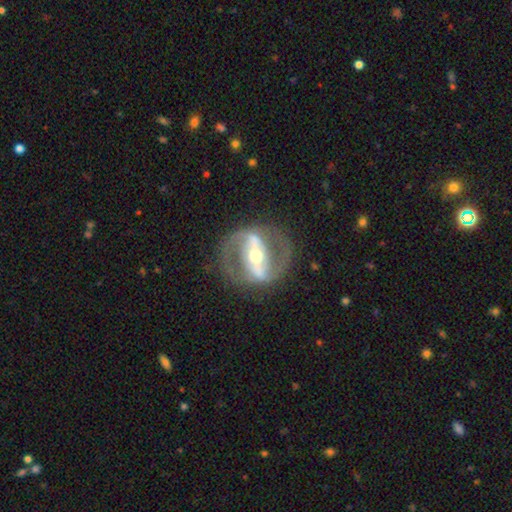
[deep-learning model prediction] Q: Smooth or featured?
A: featured or disk (88%); runner-up: smooth (7%)
Q: Edge-on disk?
A: no (95%); runner-up: yes (5%)
Q: Bar?
A: strong (70%); runner-up: weak (19%)
Q: Spiral arms?
A: yes (86%); runner-up: no (14%)
Q: Spiral winding?
A: medium (53%); runner-up: tight (25%)
Q: Spiral arm count?
A: 2 (91%); runner-up: can't tell (4%)
Q: Bulge size?
A: moderate (62%); runner-up: small (30%)
Q: Merging?
A: none (80%); runner-up: minor disturbance (11%)